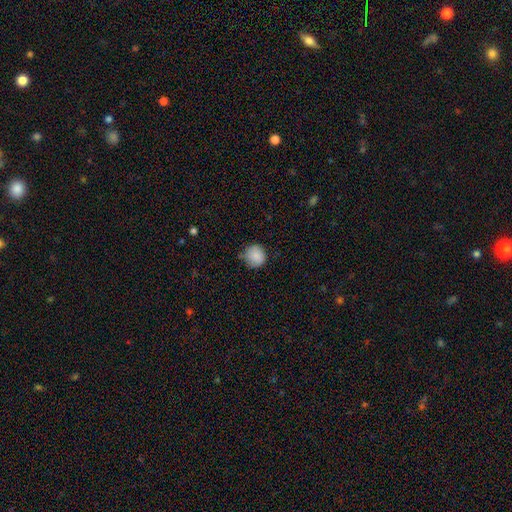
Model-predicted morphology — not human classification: This is clearly a smooth galaxy (85%). How rounded: clearly round (91%). Merging: likely none (75%).